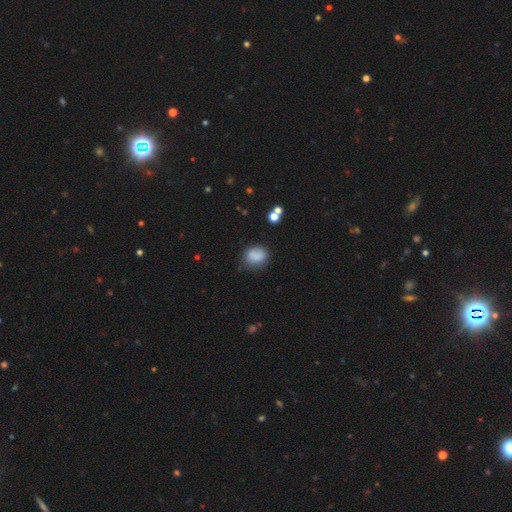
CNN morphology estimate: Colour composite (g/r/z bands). It shows a smooth galaxy with no disk features (83%) that is round (50%). Merging: none (65%).